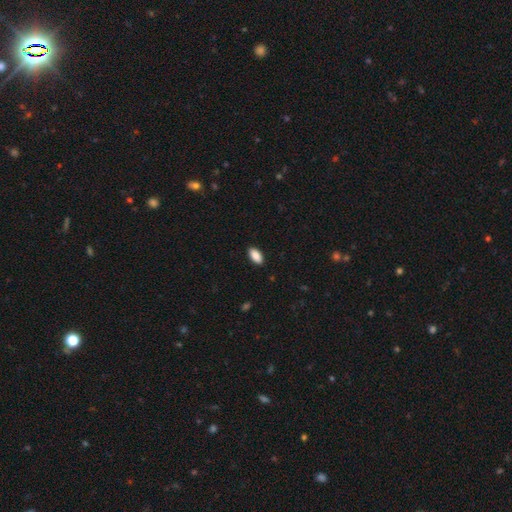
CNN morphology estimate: A smooth galaxy with no disk features (90%) that is in between round and cigar-shaped (93%).

Vote fractions:
- Smooth or featured? smooth: 90% / star or artifact: 7% / featured or disk: 4%
- How rounded? in between: 93% / cigar-shaped: 4% / round: 2%
- Merging? none: 89% / minor disturbance: 8% / major disturbance: 2% / merger: 1%